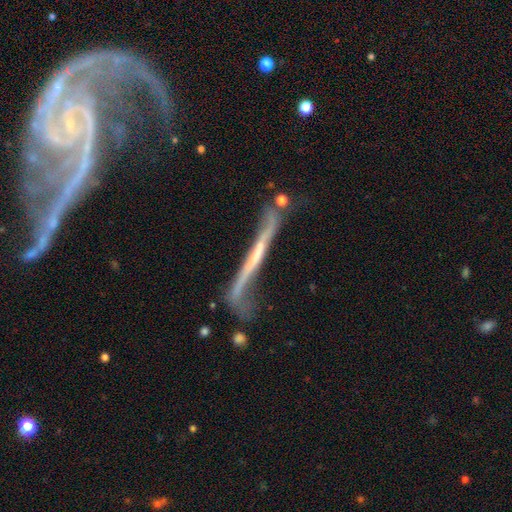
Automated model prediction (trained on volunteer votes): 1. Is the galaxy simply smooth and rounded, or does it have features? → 70% featured or disk, 22% smooth, 7% star or artifact.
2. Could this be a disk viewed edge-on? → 77% yes, 23% no.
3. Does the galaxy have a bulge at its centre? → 75% none, 15% rounded, 10% boxy.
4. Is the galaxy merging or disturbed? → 39% none, 26% minor disturbance, 23% major disturbance, 12% merger.